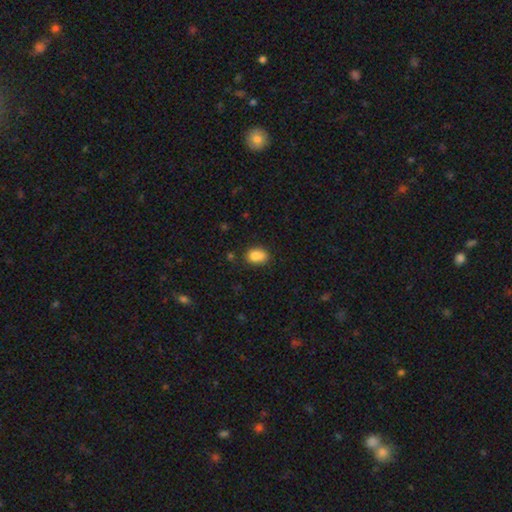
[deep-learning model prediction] This appears to be a smooth galaxy with no disk features (84%) that is in between round and cigar-shaped (77%). Merging: none (67%).